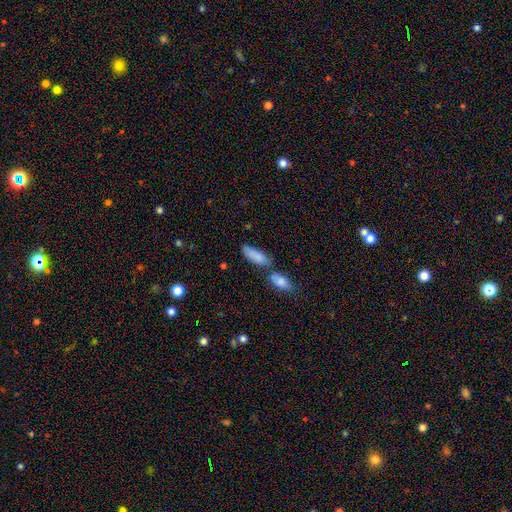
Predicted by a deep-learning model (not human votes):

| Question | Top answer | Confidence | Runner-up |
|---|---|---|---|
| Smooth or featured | smooth | 85% | featured or disk (8%) |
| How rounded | in between | 70% | cigar-shaped (28%) |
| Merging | none | 50% | merger (27%) |